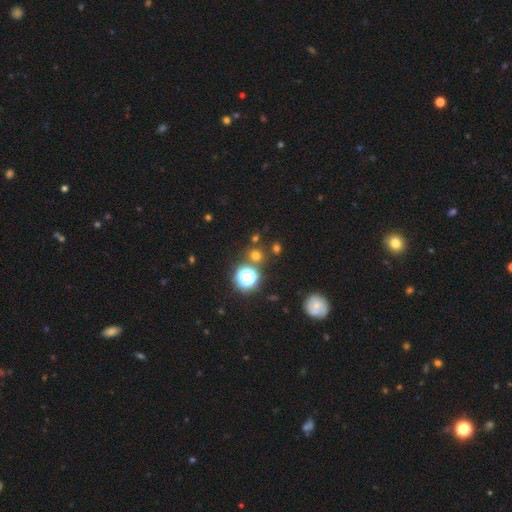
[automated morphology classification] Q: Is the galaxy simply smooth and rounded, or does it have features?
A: smooth — 61%.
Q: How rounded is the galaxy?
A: round — 89%.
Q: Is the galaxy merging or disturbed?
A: none — 81%.